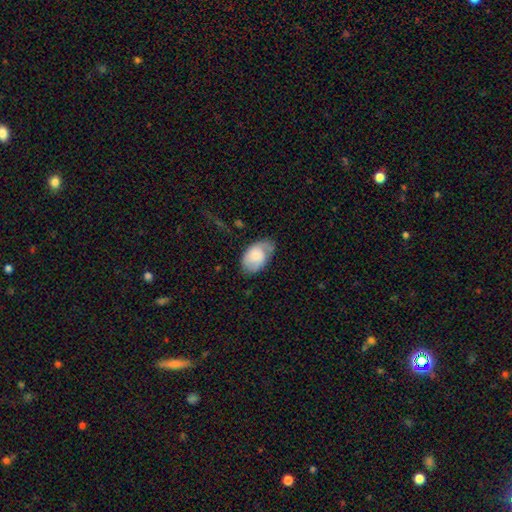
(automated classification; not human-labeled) This appears to be a smooth galaxy with no disk features (56%) that is in between round and cigar-shaped (89%). Merging: none (55%).